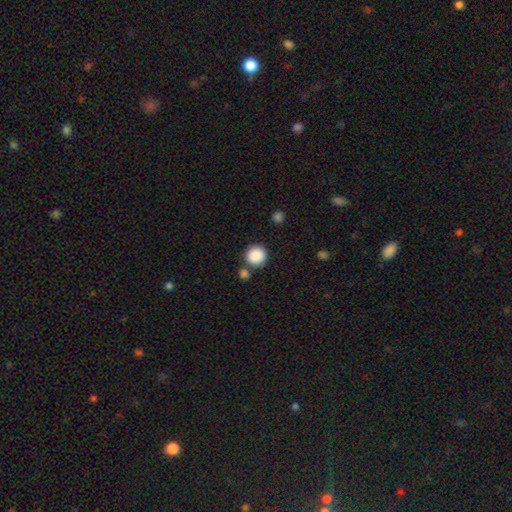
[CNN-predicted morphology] smooth 88%, star or artifact 9%, featured or disk 3%. Down the decision tree: how rounded — round (93%); merging — none (78%).